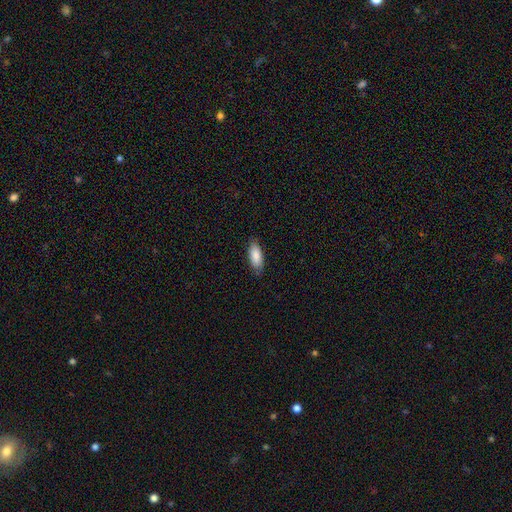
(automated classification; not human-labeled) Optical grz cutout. It shows a smooth galaxy with no disk features (88%) that is in between round and cigar-shaped (82%). Merging: none (84%).